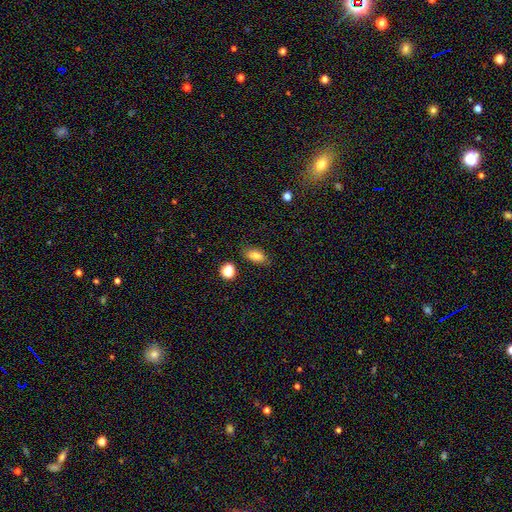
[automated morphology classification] smooth-or-featured: smooth: 82% | star or artifact: 10% | featured or disk: 8%
  how-rounded: in between: 86% | cigar-shaped: 7% | round: 7%
  merging: none: 81% | minor disturbance: 13% | major disturbance: 3% | merger: 3%